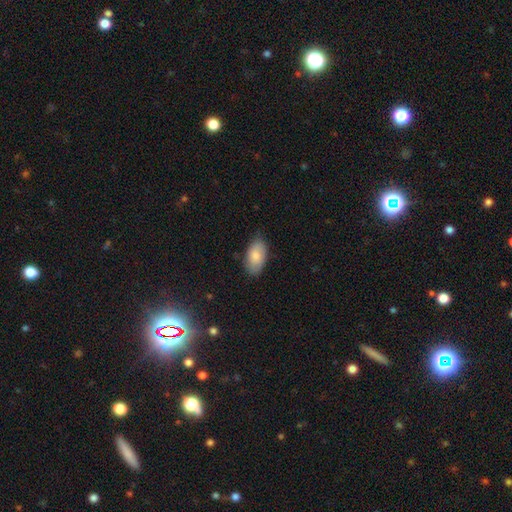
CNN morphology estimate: smooth_or_featured: smooth (p=0.82) [alt: featured or disk p=0.12]
how_rounded: in between (p=0.94) [alt: round p=0.03]
merging: none (p=0.80) [alt: minor disturbance p=0.16]